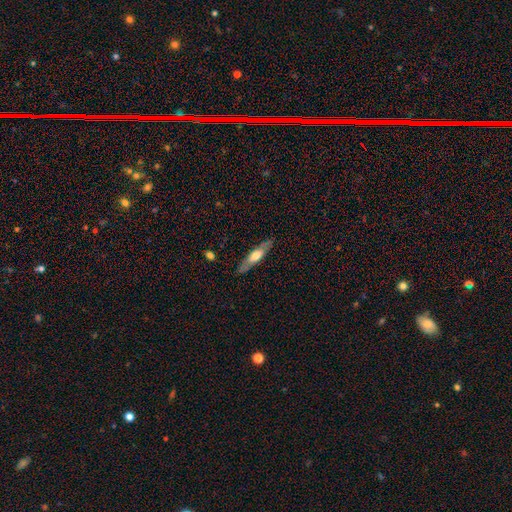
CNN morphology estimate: smooth_or_featured: featured or disk (p=0.49) [alt: smooth p=0.46]
merging: none (p=0.85) [alt: minor disturbance p=0.12]